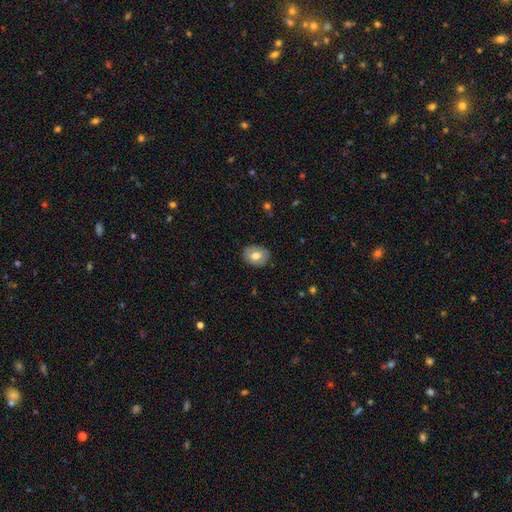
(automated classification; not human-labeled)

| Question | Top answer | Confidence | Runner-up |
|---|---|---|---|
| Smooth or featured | smooth | 68% | featured or disk (24%) |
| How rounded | in between | 59% | round (40%) |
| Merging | none | 84% | minor disturbance (12%) |